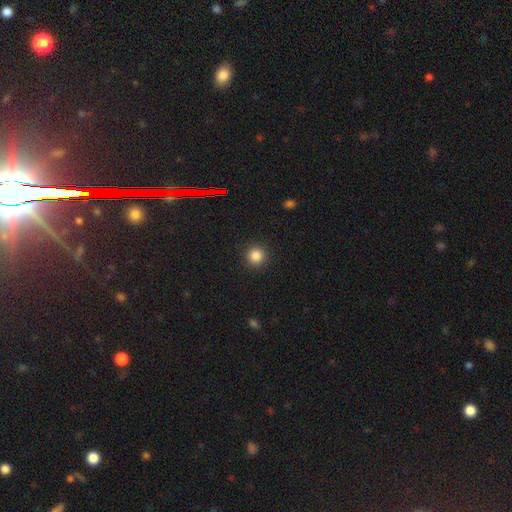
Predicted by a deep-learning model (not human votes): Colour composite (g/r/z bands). It shows a smooth galaxy with no disk features (85%) that is round (94%). Merging: none (91%).